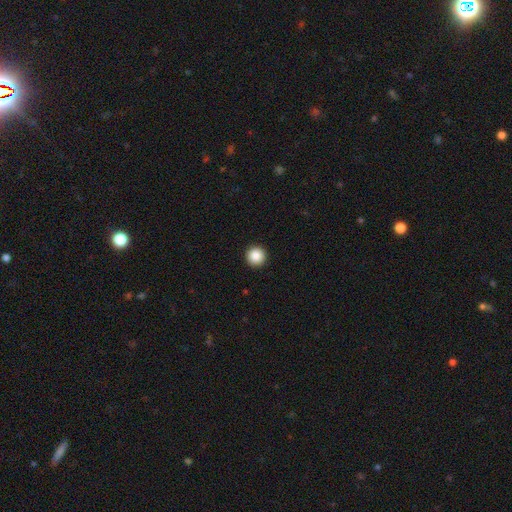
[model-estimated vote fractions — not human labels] smooth_or_featured: smooth (p=0.88) [alt: star or artifact p=0.09]
how_rounded: round (p=0.97) [alt: in between p=0.02]
merging: none (p=0.94) [alt: minor disturbance p=0.04]